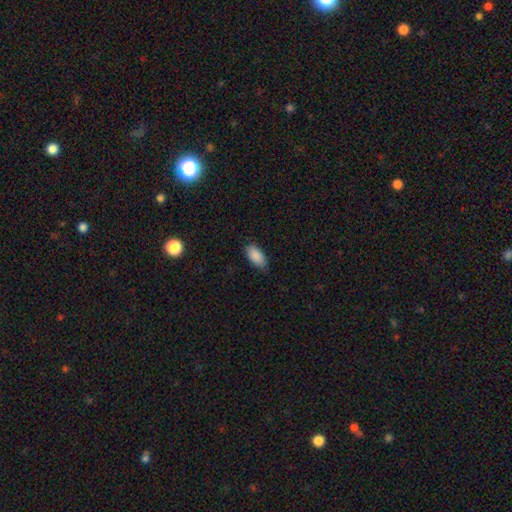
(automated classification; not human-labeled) Morphology: type=smooth (89%); roundness=in between (93%); merging=none (79%).